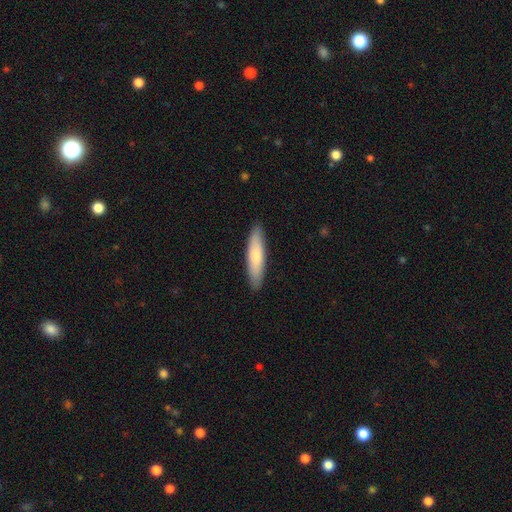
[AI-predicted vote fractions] A smooth galaxy with no disk features (73%) that is cigar-shaped (77%).

Vote fractions:
- Smooth or featured? smooth: 73% / featured or disk: 22% / star or artifact: 5%
- How rounded? cigar-shaped: 77% / in between: 21% / round: 1%
- Merging? none: 90% / minor disturbance: 8% / major disturbance: 2% / merger: 1%